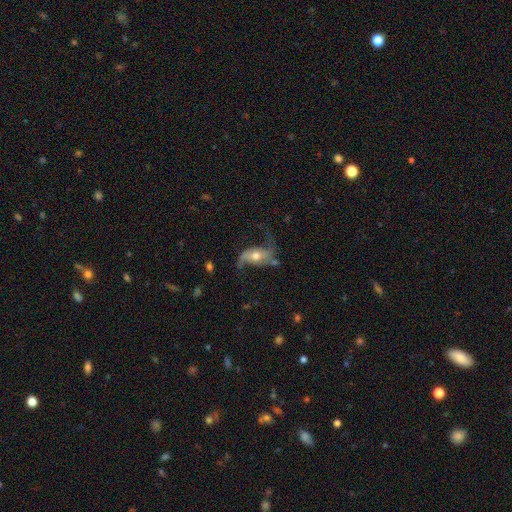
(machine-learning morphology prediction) Smooth or featured? Predicted: featured or disk (p=0.80). Edge-on disk? Predicted: no (p=0.94). Bar? Predicted: no (p=0.54). Spiral arms? Predicted: yes (p=0.92). Spiral winding? Predicted: loose (p=0.83). Spiral arm count? Predicted: 2 (p=0.90). Bulge size? Predicted: moderate (p=0.69). Merging? Predicted: none (p=0.56).